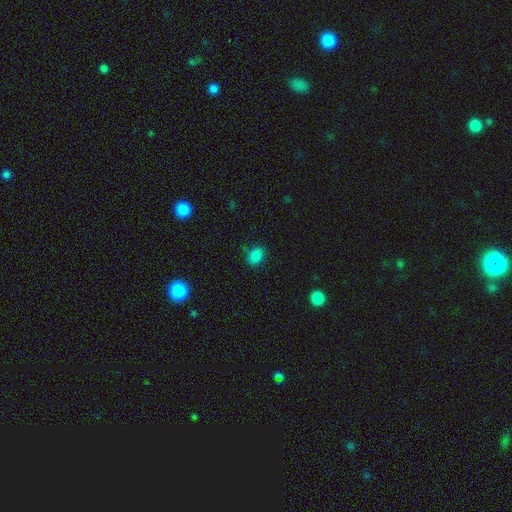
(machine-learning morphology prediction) A smooth galaxy with no disk features (83%) that is in between round and cigar-shaped (63%).

Vote fractions:
- Smooth or featured? smooth: 83% / star or artifact: 13% / featured or disk: 4%
- How rounded? in between: 63% / round: 36% / cigar-shaped: 1%
- Merging? none: 82% / minor disturbance: 13% / major disturbance: 3% / merger: 2%